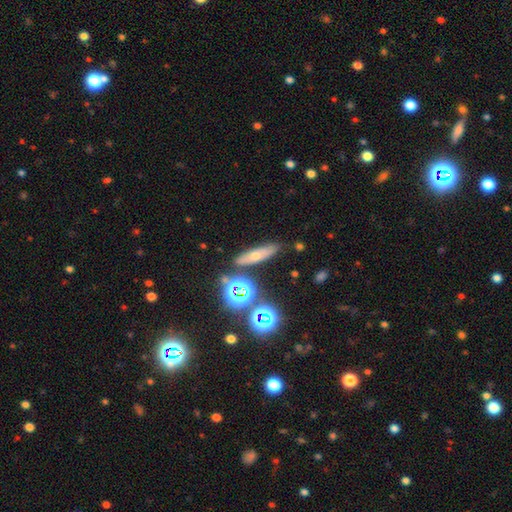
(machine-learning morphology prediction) Q: Smooth or featured?
A: smooth (43%); runner-up: featured or disk (31%)
Q: Merging?
A: none (80%); runner-up: minor disturbance (11%)